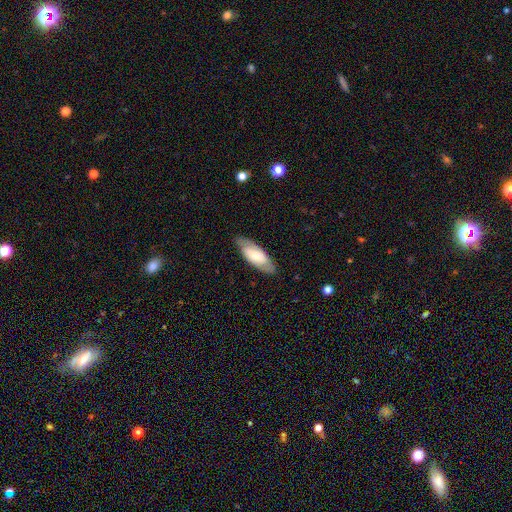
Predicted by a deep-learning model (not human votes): Smooth or featured? Predicted: smooth (p=0.51). How rounded? Predicted: in between (p=0.76). Merging? Predicted: none (p=0.82).